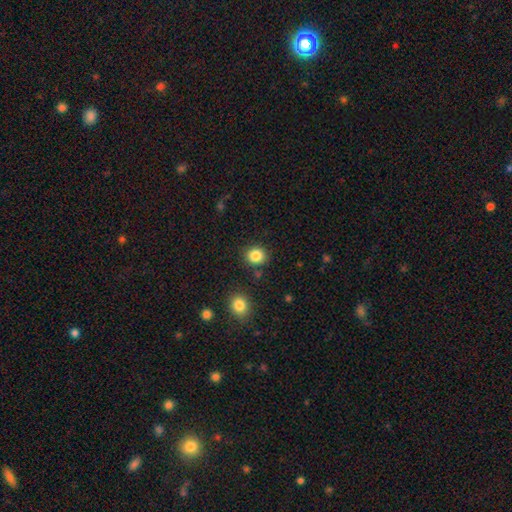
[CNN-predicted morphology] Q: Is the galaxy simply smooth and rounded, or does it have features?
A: smooth — 85%.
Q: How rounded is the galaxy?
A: round — 79%.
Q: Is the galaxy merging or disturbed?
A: none — 86%.